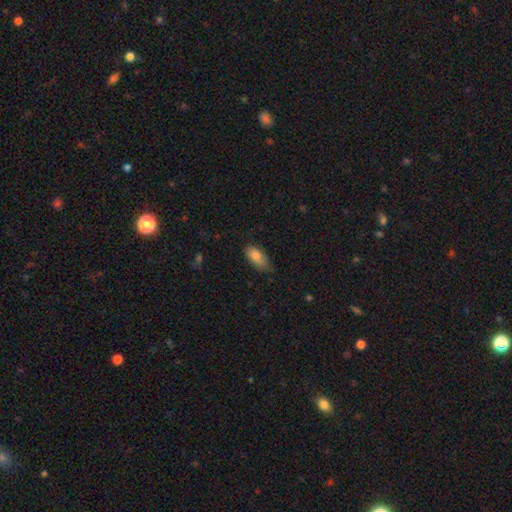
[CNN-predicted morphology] Smooth or featured?
  - smooth: 84% *
  - featured or disk: 9%
  - star or artifact: 7%
How rounded?
  - in between: 89% *
  - cigar-shaped: 8%
  - round: 3%
Merging?
  - none: 65% *
  - minor disturbance: 28%
  - major disturbance: 5%
  - merger: 1%